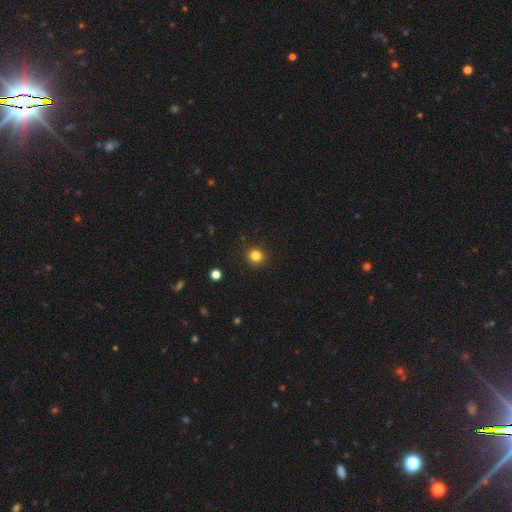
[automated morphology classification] A smooth galaxy with no disk features (82%) that is round (93%).

Vote fractions:
- Smooth or featured? smooth: 82% / star or artifact: 13% / featured or disk: 5%
- How rounded? round: 93% / in between: 6% / cigar-shaped: 1%
- Merging? none: 92% / minor disturbance: 5% / major disturbance: 2% / merger: 1%